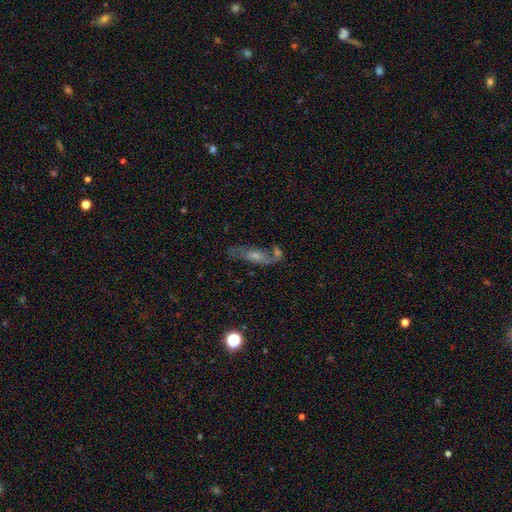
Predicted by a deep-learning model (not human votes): A featured or disk galaxy (67%).

Vote fractions:
- Smooth or featured? featured or disk: 67% / smooth: 20% / star or artifact: 13%
- Edge-on disk? no: 73% / yes: 27%
- Merging? none: 56% / merger: 17% / minor disturbance: 16% / major disturbance: 10%